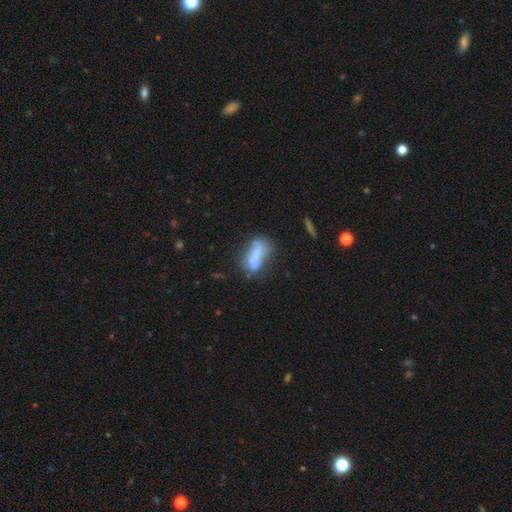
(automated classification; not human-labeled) Smooth or featured: smooth — 60% (featured or disk — 29%)
How rounded: in between — 76% (cigar-shaped — 20%)
Merging: none — 41% (minor disturbance — 27%)